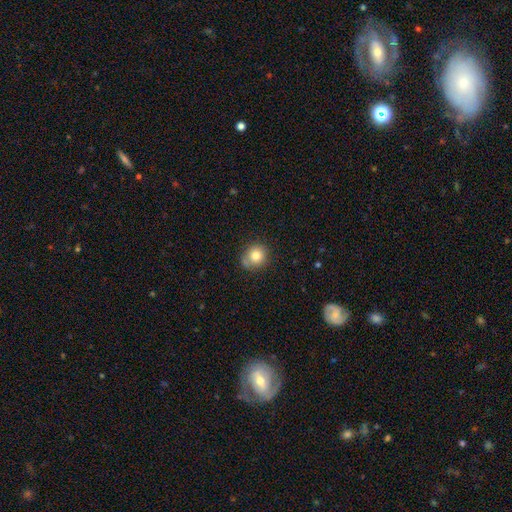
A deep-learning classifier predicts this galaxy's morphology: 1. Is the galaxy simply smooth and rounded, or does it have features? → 80% smooth, 10% star or artifact, 10% featured or disk.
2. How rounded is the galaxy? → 83% round, 16% in between, 1% cigar-shaped.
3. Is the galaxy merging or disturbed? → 70% none, 20% minor disturbance, 5% merger, 4% major disturbance.